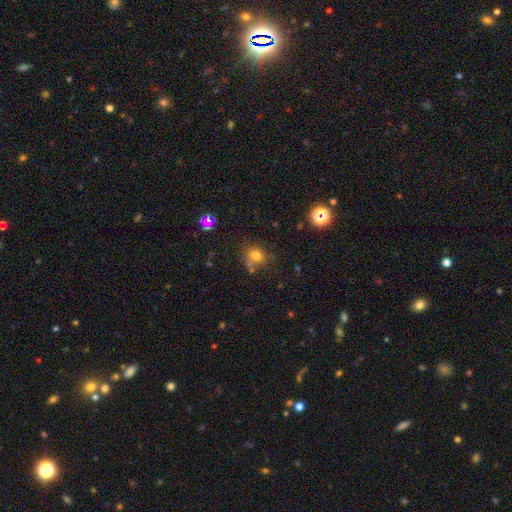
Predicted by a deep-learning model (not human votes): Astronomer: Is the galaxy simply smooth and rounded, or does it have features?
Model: smooth — 73%.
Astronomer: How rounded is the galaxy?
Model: round — 79%.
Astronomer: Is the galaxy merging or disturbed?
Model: none — 62%.